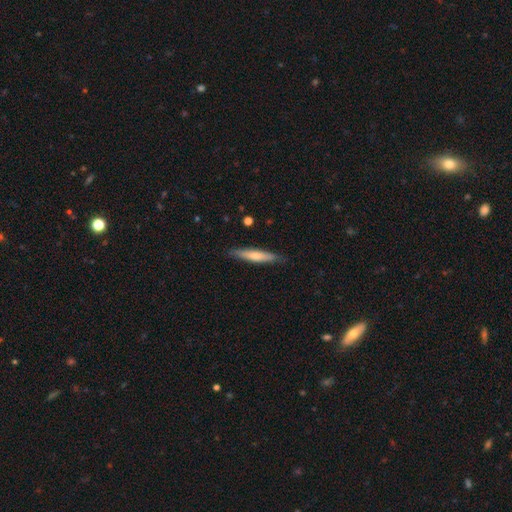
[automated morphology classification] Smooth or featured?
  - smooth: 64% *
  - featured or disk: 30%
  - star or artifact: 5%
How rounded?
  - cigar-shaped: 90% *
  - in between: 9%
  - round: 1%
Merging?
  - none: 85% *
  - minor disturbance: 12%
  - major disturbance: 2%
  - merger: 1%